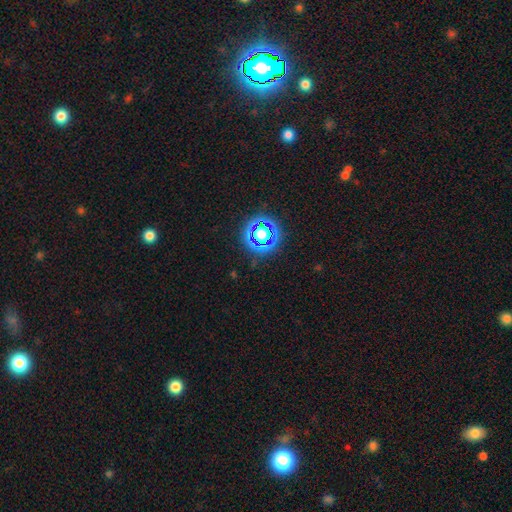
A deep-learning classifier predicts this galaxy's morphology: Overall: star or artifact (77%).